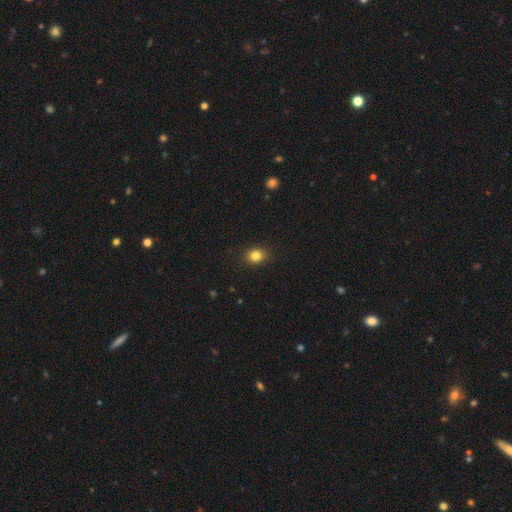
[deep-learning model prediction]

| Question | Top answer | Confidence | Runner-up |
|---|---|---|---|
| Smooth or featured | smooth | 83% | star or artifact (11%) |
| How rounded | round | 57% | in between (42%) |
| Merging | none | 89% | minor disturbance (8%) |